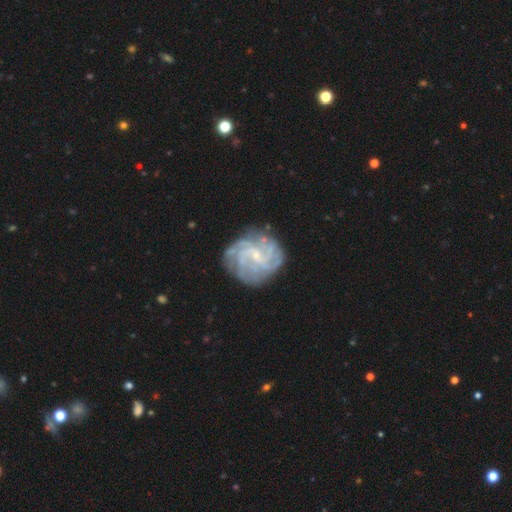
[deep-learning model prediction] Morphology: type=featured or disk (84%); edge-on=no (98%); bar=weak (46%); spiral arms=yes (95%); winding=tight (55%); arm count=can't tell (30%); bulge=small (77%); merging=none (78%).